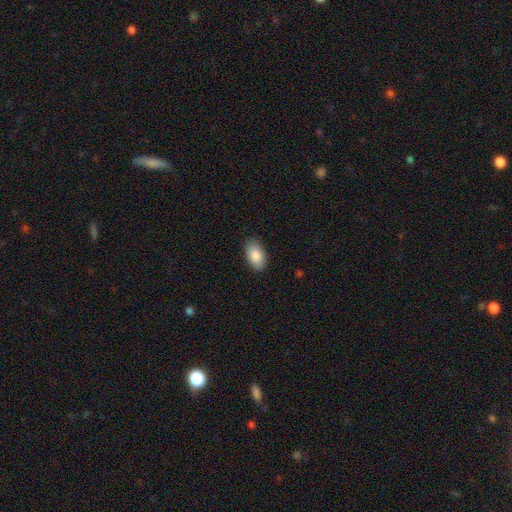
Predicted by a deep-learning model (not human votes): A smooth galaxy with no disk features (87%) that is in between round and cigar-shaped (94%). Merging: none (88%).